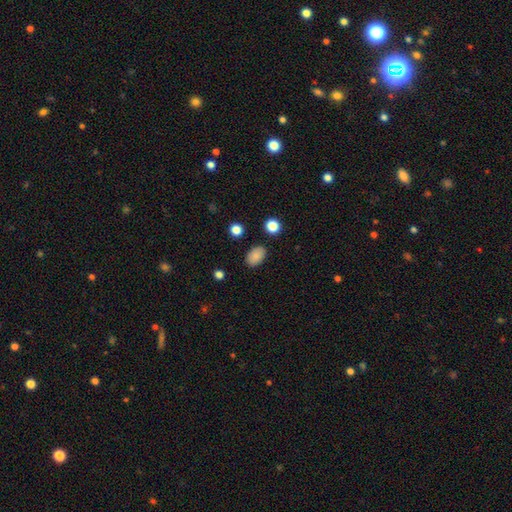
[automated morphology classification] smooth-or-featured: smooth: 86% | star or artifact: 9% | featured or disk: 5%
  how-rounded: in between: 88% | round: 11% | cigar-shaped: 1%
  merging: none: 86% | minor disturbance: 9% | major disturbance: 2% | merger: 2%